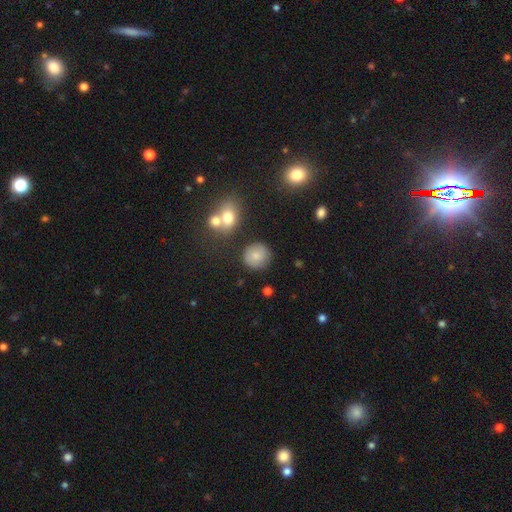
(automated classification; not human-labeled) A smooth galaxy with no disk features (78%) that is round (89%).

Vote fractions:
- Smooth or featured? smooth: 78% / featured or disk: 12% / star or artifact: 10%
- How rounded? round: 89% / in between: 10% / cigar-shaped: 1%
- Merging? none: 81% / minor disturbance: 10% / merger: 5% / major disturbance: 4%